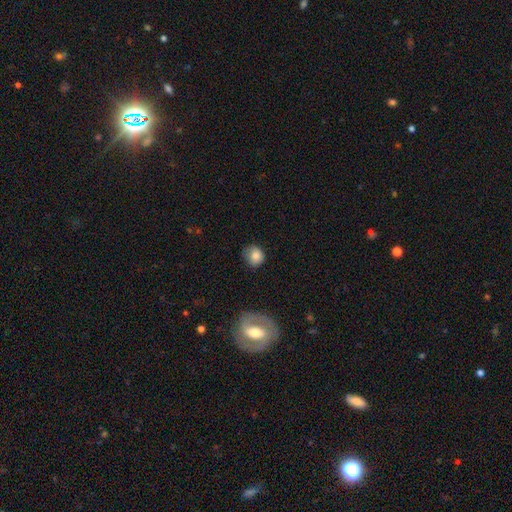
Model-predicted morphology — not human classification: A smooth galaxy with no disk features (83%) that is round (77%).

Vote fractions:
- Smooth or featured? smooth: 83% / featured or disk: 9% / star or artifact: 9%
- How rounded? round: 77% / in between: 22% / cigar-shaped: 1%
- Merging? none: 63% / minor disturbance: 28% / major disturbance: 8% / merger: 2%